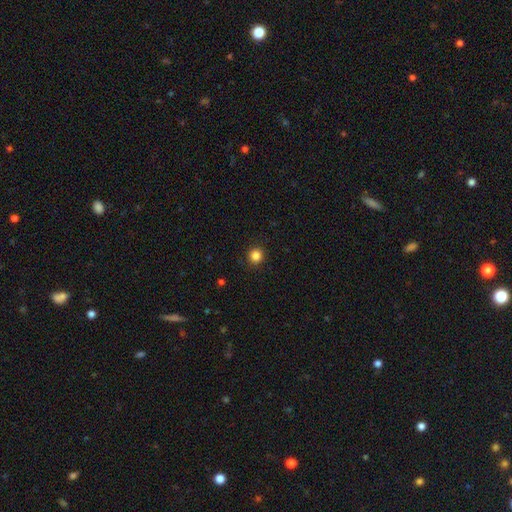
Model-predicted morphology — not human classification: smooth-or-featured: smooth: 85% | star or artifact: 12% | featured or disk: 4%
  how-rounded: round: 93% | in between: 6% | cigar-shaped: 1%
  merging: none: 92% | minor disturbance: 5% | major disturbance: 2% | merger: 1%